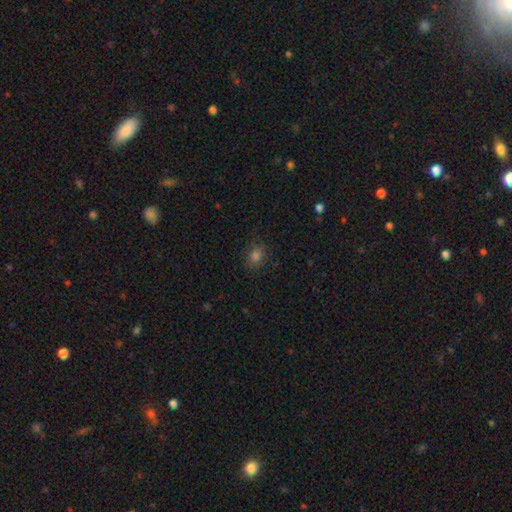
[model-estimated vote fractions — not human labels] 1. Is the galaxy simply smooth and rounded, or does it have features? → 77% smooth, 17% star or artifact, 6% featured or disk.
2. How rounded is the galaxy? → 54% in between, 45% round, 1% cigar-shaped.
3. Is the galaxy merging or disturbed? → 86% none, 10% minor disturbance, 3% major disturbance, 1% merger.